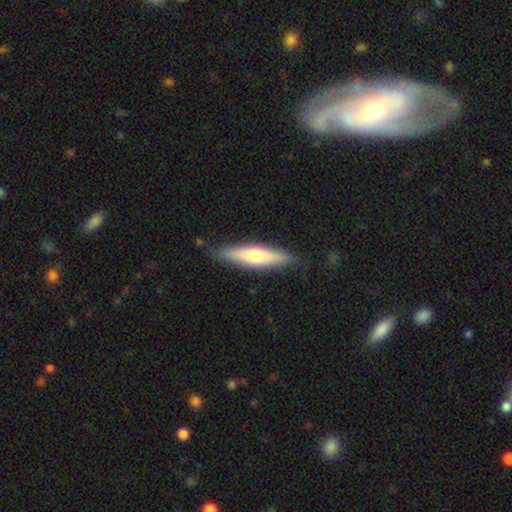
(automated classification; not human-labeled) This is possibly a smooth galaxy (56%). How rounded: likely cigar-shaped (79%). Merging: clearly none (83%).